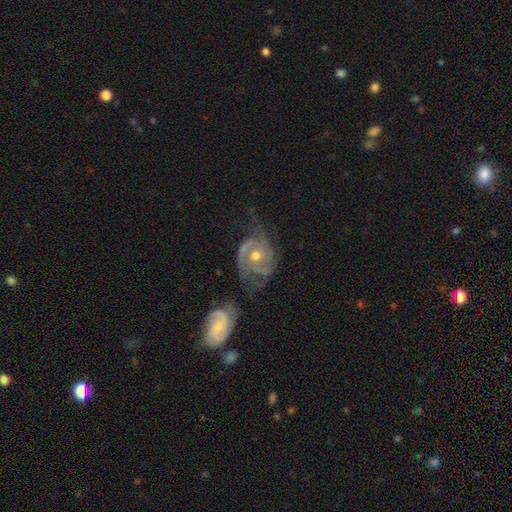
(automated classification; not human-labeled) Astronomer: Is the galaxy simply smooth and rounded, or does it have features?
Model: featured or disk — 89%.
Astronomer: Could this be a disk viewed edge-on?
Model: no — 97%.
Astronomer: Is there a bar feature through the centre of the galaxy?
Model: no — 71%.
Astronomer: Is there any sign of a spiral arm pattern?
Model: yes — 96%.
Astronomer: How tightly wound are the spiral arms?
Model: tight — 48% (runner-up: medium, 41%).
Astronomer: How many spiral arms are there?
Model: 2 — 54%.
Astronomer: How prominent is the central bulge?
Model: moderate — 70%.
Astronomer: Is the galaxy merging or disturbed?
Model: none — 49%.